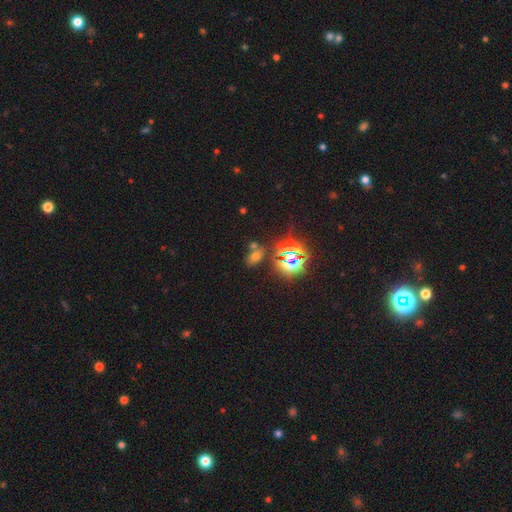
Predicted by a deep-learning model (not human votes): Overall: smooth (48%; star or artifact 42%). Merging: none (64%).